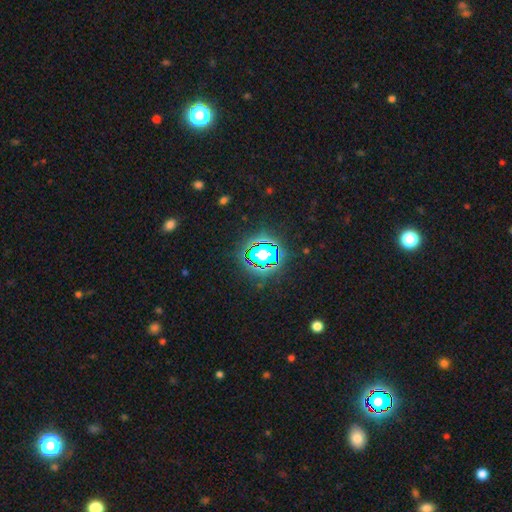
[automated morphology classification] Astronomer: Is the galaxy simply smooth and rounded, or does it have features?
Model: star or artifact — 82%.